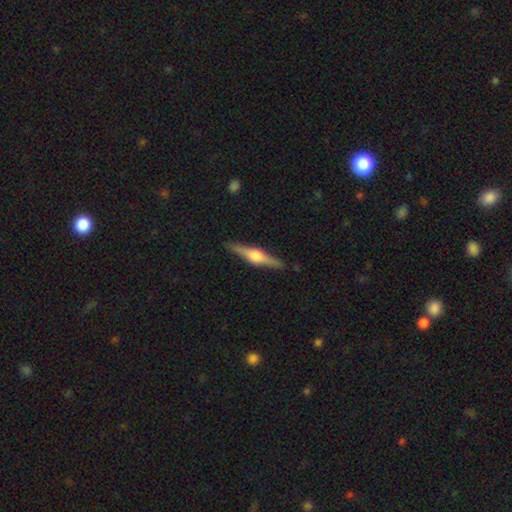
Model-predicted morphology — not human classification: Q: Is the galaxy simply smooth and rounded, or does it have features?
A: featured or disk — 77%.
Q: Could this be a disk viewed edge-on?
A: yes — 98%.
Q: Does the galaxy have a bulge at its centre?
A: rounded — 91%.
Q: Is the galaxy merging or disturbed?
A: none — 90%.